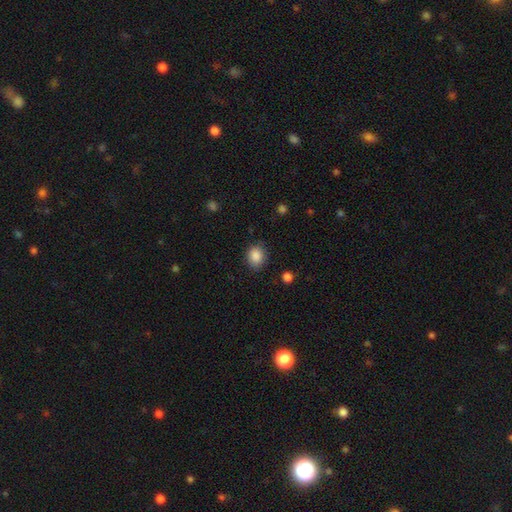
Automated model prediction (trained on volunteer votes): Overall: smooth (88%). How rounded: round (53%; in between 46%). Merging: none (82%).